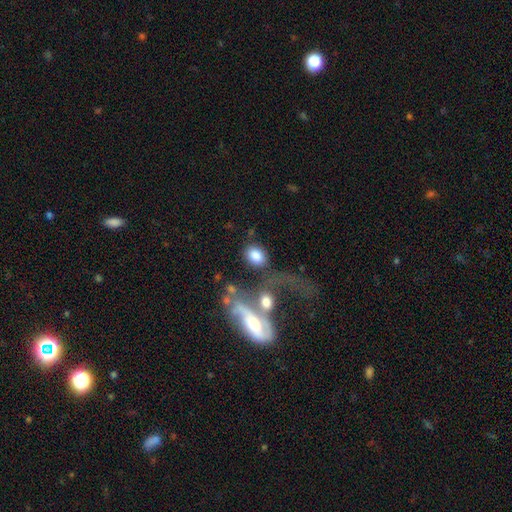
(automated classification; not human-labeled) Smooth or featured?
  - smooth: 78% *
  - featured or disk: 14%
  - star or artifact: 7%
How rounded?
  - in between: 65% *
  - round: 33%
  - cigar-shaped: 2%
Merging?
  - none: 50% *
  - merger: 24%
  - major disturbance: 14%
  - minor disturbance: 13%